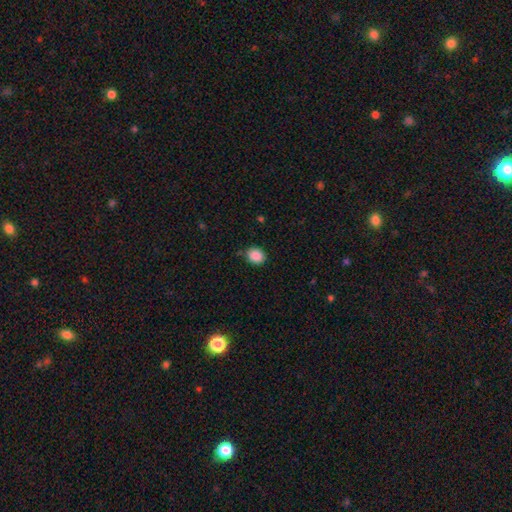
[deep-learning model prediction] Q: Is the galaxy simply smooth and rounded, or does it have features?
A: smooth — 88%.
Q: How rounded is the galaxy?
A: round — 64%.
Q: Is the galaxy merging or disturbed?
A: none — 84%.